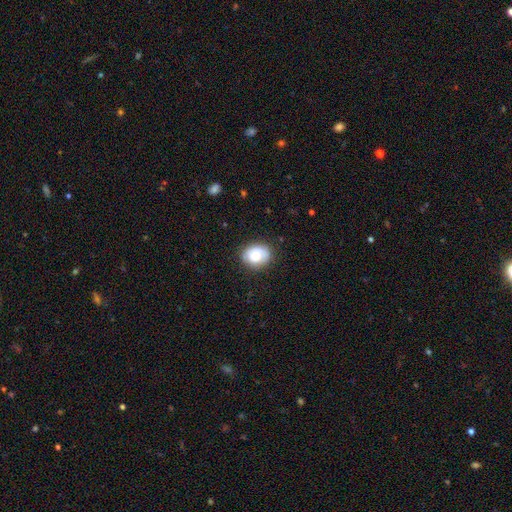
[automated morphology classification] This is likely a smooth galaxy (64%). How rounded: possibly round (55%). Merging: likely none (78%).